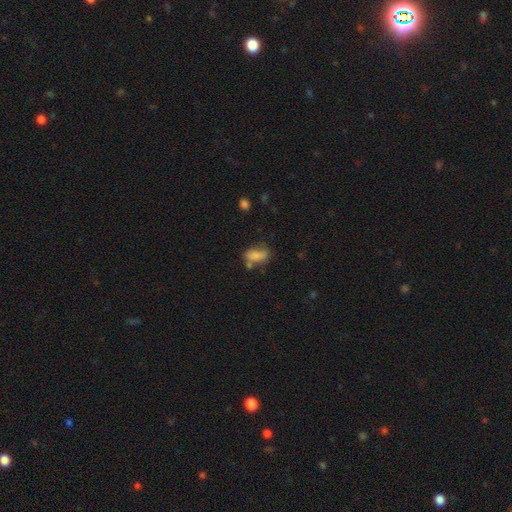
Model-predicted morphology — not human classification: Q: Smooth or featured?
A: smooth (74%); runner-up: featured or disk (15%)
Q: How rounded?
A: in between (85%); runner-up: round (9%)
Q: Merging?
A: none (44%); runner-up: minor disturbance (27%)